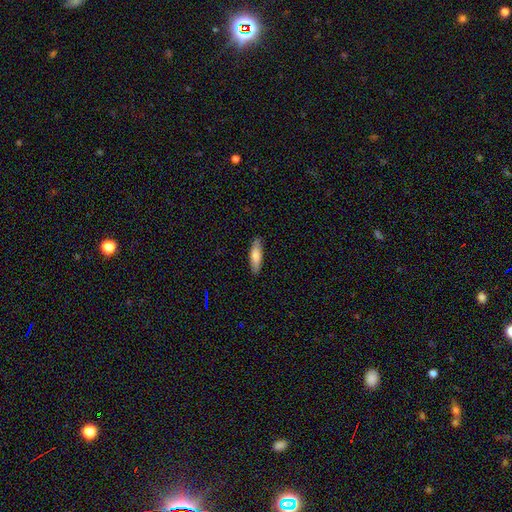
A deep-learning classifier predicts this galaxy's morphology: This appears to be a smooth galaxy with no disk features (77%) that is cigar-shaped (56%). Merging: none (88%).